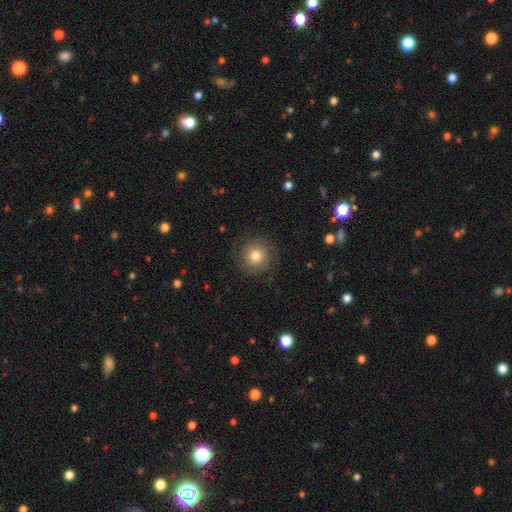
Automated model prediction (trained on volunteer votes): A smooth galaxy with no disk features (46%). Merging: none (82%).